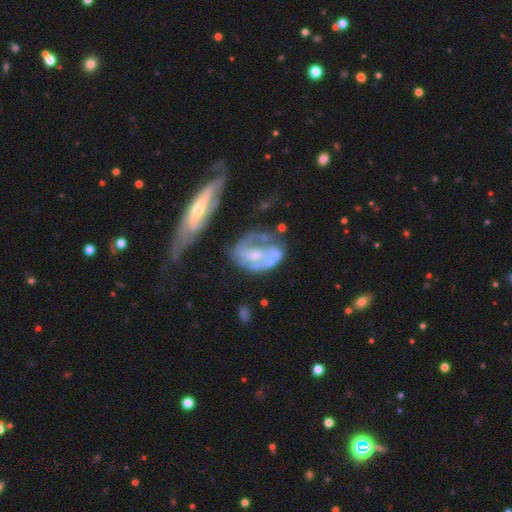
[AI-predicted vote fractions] smooth_or_featured: featured or disk (p=0.80) [alt: smooth p=0.13]
disk_edge_on: no (p=0.95) [alt: yes p=0.05]
bar: no (p=0.38) [tied with: weak p=0.38]
has_spiral_arms: yes (p=0.78) [alt: no p=0.22]
spiral_winding: medium (p=0.42) [alt: tight p=0.35]
spiral_arm_count: 2 (p=0.62) [alt: can't tell p=0.21]
bulge_size: small (p=0.41) [alt: moderate p=0.39]
merging: none (p=0.36) [alt: major disturbance p=0.22]